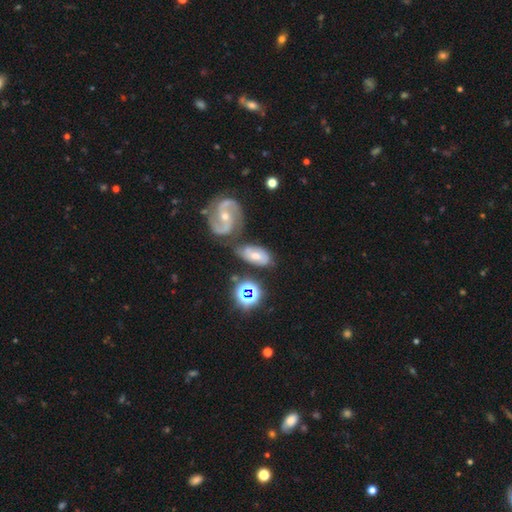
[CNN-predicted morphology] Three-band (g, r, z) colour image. It shows a featured or disk galaxy (56%) with a weak bar (42%), spiral arms (83%) and a moderate central bulge (61%). Merging: none (51%).